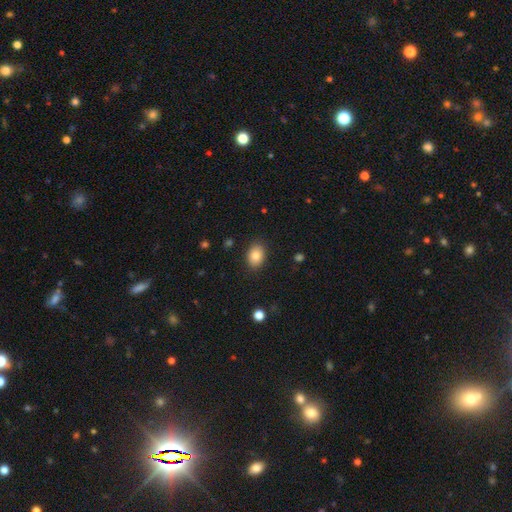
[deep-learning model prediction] Smooth or featured? smooth (83%)
How rounded? in between (71%)
Merging? none (88%)